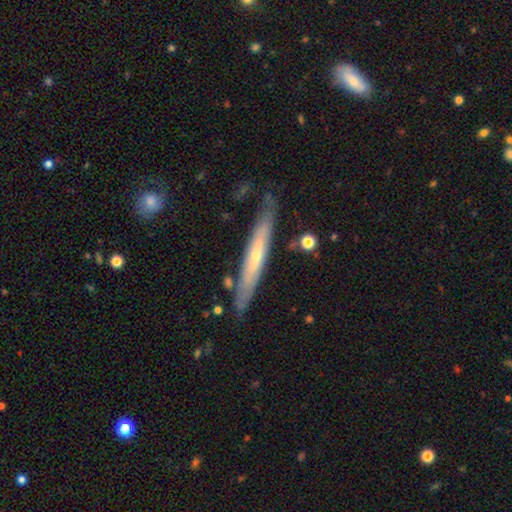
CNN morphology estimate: Smooth or featured? Predicted: featured or disk (p=0.60). Edge-on disk? Predicted: yes (p=0.81). Merging? Predicted: none (p=0.79).